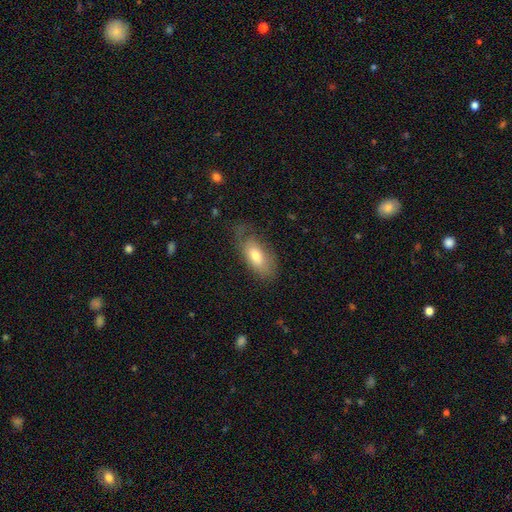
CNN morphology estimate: A smooth galaxy with no disk features (67%) that is in between round and cigar-shaped (88%).

Vote fractions:
- Smooth or featured? smooth: 67% / featured or disk: 25% / star or artifact: 7%
- How rounded? in between: 88% / cigar-shaped: 8% / round: 4%
- Merging? none: 55% / minor disturbance: 27% / major disturbance: 16% / merger: 2%